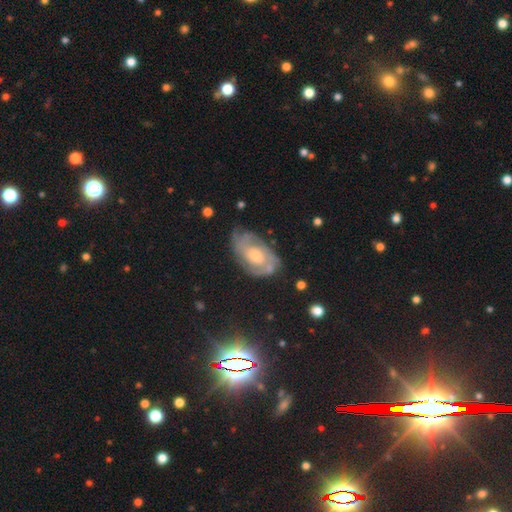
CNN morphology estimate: Smooth or featured? featured or disk (79%)
Edge-on disk? no (96%)
Bar? no (71%)
Spiral arms? yes (91%)
Spiral winding? tight (55%)
Spiral arm count? 2 (45%)
Bulge size? moderate (54%)
Merging? none (68%)